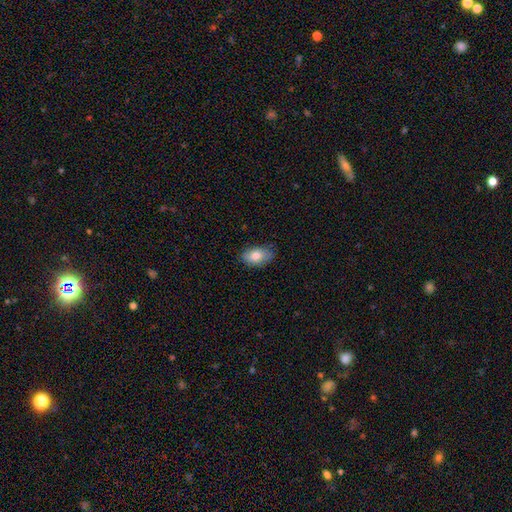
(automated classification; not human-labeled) This appears to be a smooth galaxy with no disk features (81%) that is in between round and cigar-shaped (91%). Merging: none (81%).